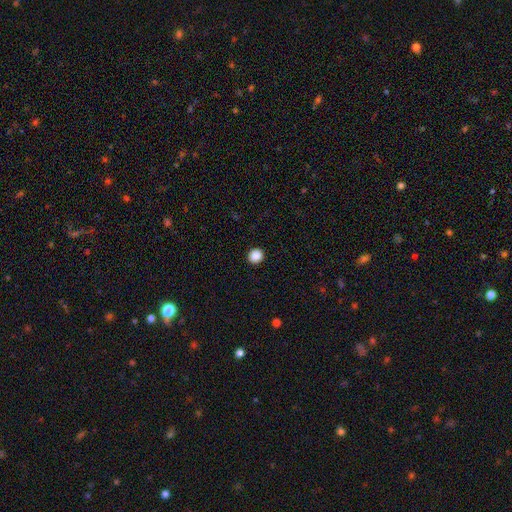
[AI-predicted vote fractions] smooth_or_featured: smooth (p=0.88) [alt: star or artifact p=0.10]
how_rounded: round (p=0.90) [alt: in between p=0.09]
merging: none (p=0.93) [alt: minor disturbance p=0.05]